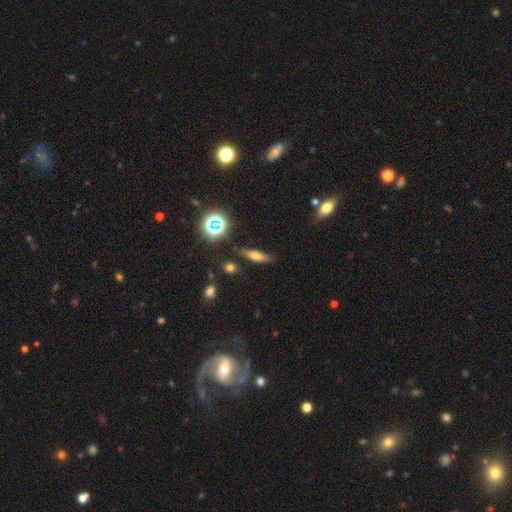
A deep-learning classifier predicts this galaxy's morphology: This is possibly a smooth galaxy (59%). How rounded: possibly cigar-shaped (59%). Merging: clearly none (81%).